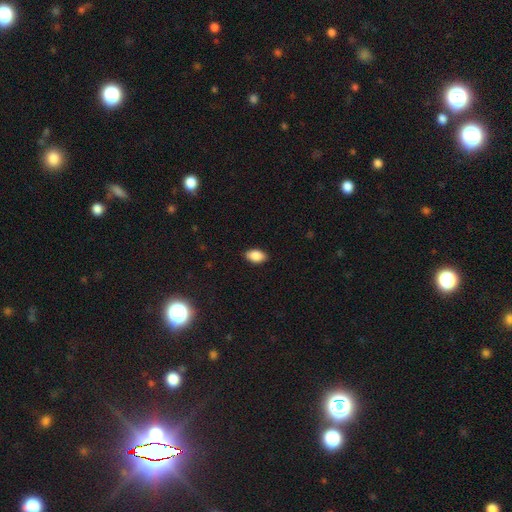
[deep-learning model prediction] Smooth or featured? smooth (88%)
How rounded? in between (92%)
Merging? none (87%)